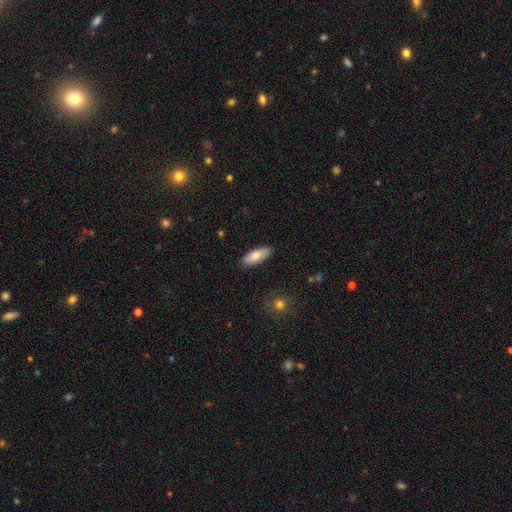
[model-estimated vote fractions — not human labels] A smooth galaxy with no disk features (82%) that is in between round and cigar-shaped (73%). Merging: none (88%).